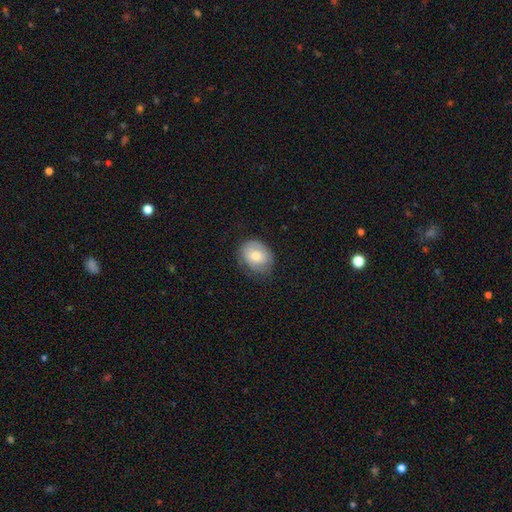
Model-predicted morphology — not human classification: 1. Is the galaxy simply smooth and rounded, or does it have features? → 69% smooth, 23% featured or disk, 7% star or artifact.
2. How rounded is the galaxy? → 50% in between, 49% round, 1% cigar-shaped.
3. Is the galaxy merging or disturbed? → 66% none, 25% minor disturbance, 8% major disturbance, 1% merger.